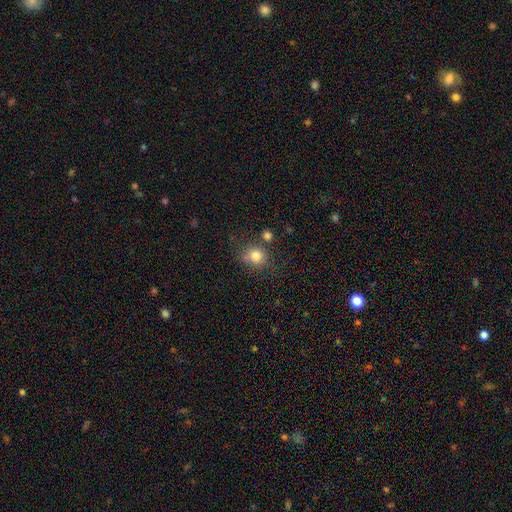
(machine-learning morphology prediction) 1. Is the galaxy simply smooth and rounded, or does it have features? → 81% smooth, 11% star or artifact, 8% featured or disk.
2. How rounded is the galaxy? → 80% round, 19% in between, 1% cigar-shaped.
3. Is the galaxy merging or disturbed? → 68% none, 15% minor disturbance, 12% merger, 5% major disturbance.